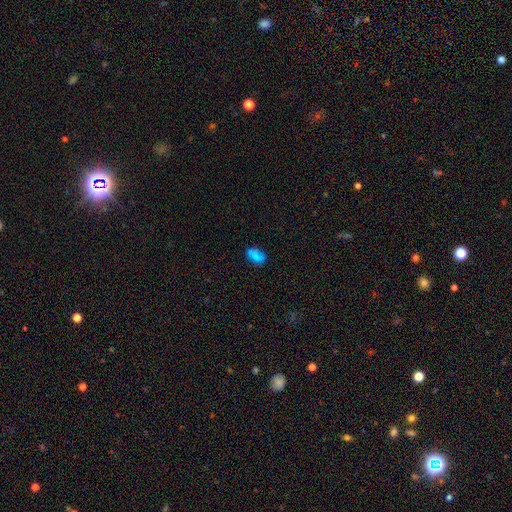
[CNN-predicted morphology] This appears to be a smooth galaxy with no disk features (71%) that is in between round and cigar-shaped (84%). Merging: none (69%).